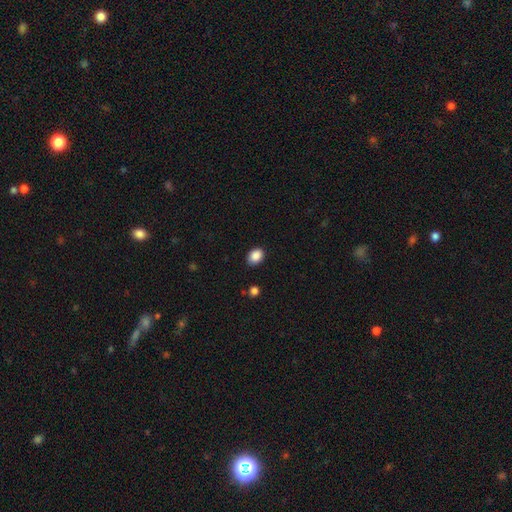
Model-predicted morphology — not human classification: Smooth or featured? smooth (88%)
How rounded? in between (68%)
Merging? none (82%)